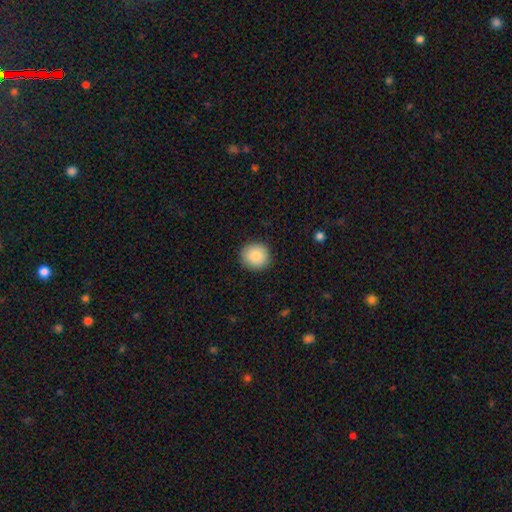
A smooth galaxy with no disk features (92%) that is round (100%). Merging: none (92%).